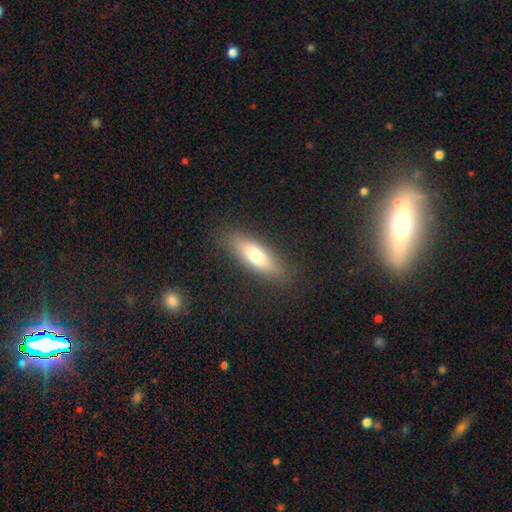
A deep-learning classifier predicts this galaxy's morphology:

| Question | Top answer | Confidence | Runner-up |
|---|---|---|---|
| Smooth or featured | smooth | 69% | featured or disk (24%) |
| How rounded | cigar-shaped | 49% | tied: in between (49%) |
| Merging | none | 86% | minor disturbance (10%) |